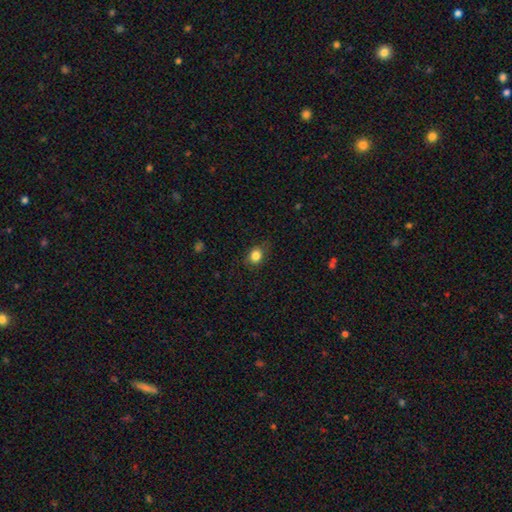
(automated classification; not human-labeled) A smooth galaxy with no disk features (84%) that is round (52%). Merging: none (77%).